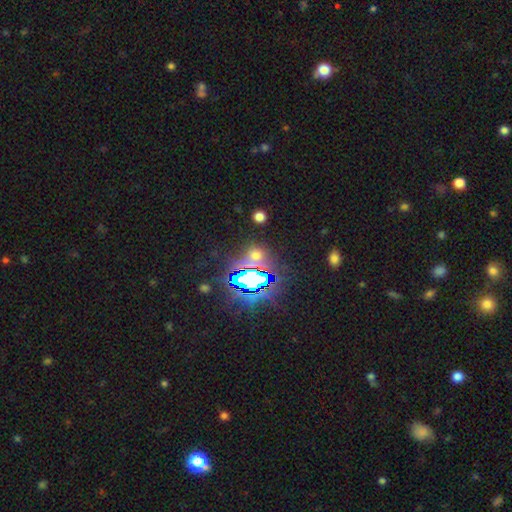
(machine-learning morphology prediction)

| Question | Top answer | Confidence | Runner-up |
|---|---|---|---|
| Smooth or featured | star or artifact | 56% | smooth (36%) |